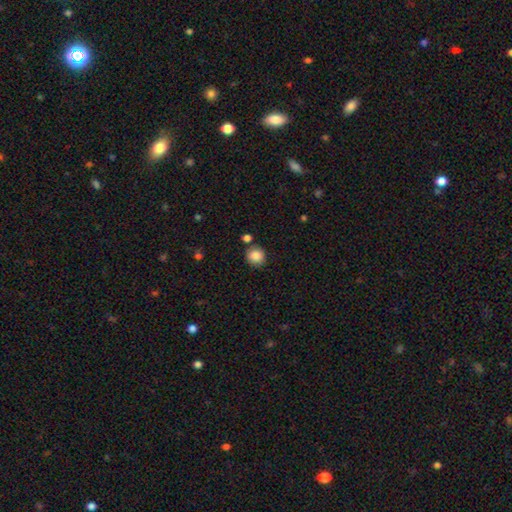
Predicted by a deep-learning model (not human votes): A smooth galaxy with no disk features (87%) that is round (90%).

Vote fractions:
- Smooth or featured? smooth: 87% / star or artifact: 9% / featured or disk: 4%
- How rounded? round: 90% / in between: 9% / cigar-shaped: 1%
- Merging? none: 82% / minor disturbance: 9% / merger: 7% / major disturbance: 2%